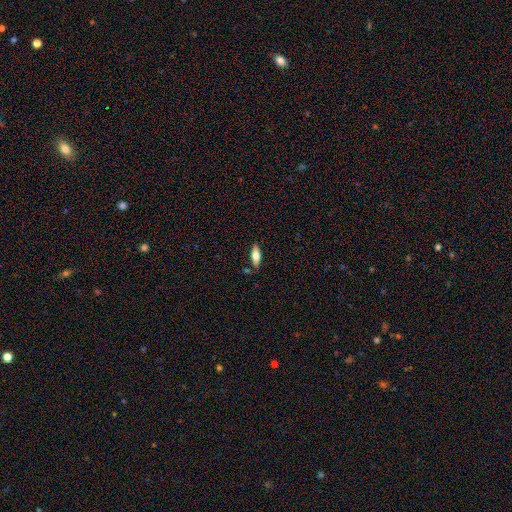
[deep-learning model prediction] Overall: smooth (57%; featured or disk 36%). How rounded: in between (60%; cigar-shaped 38%). Merging: none (83%).